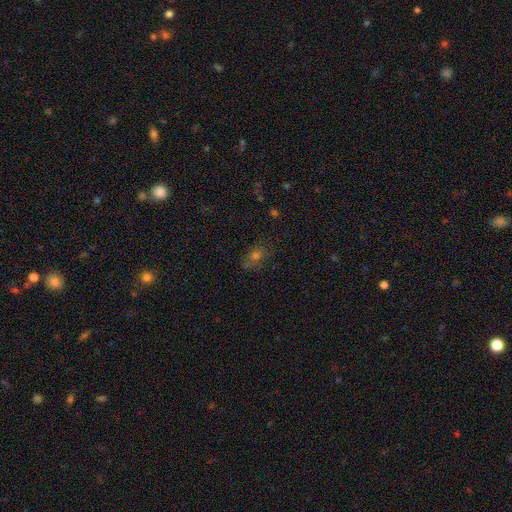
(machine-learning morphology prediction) Smooth or featured: smooth — 54% (star or artifact — 28%)
How rounded: in between — 65% (round — 31%)
Merging: none — 73% (minor disturbance — 18%)